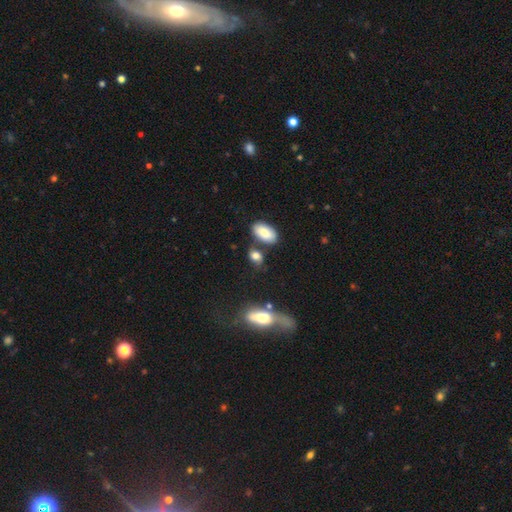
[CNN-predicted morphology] Smooth or featured? smooth (79%)
How rounded? in between (76%)
Merging? none (60%)